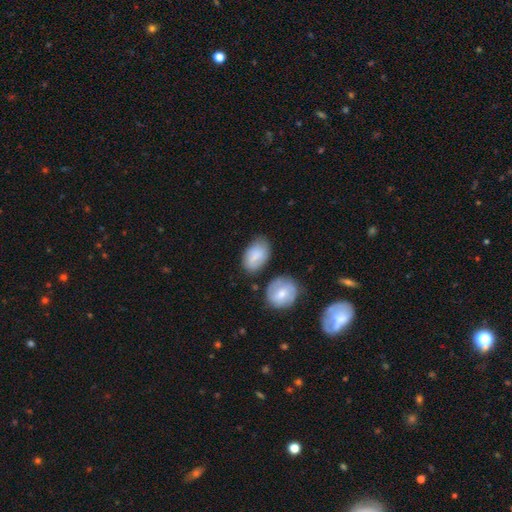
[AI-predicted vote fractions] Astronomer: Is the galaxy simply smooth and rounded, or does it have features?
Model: smooth — 78%.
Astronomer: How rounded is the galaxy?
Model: in between — 89%.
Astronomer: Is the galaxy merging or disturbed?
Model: none — 63%.